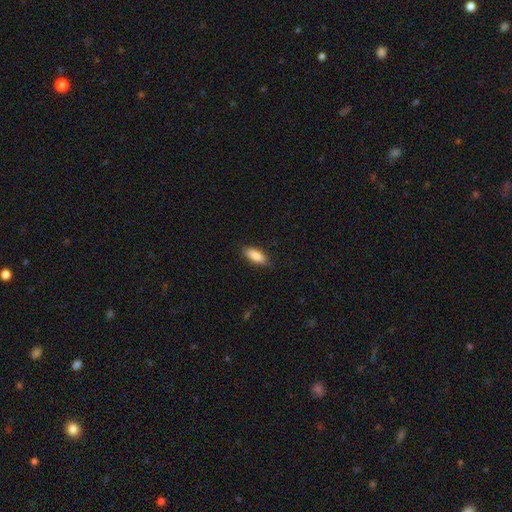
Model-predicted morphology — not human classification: A smooth galaxy with no disk features (87%) that is in between round and cigar-shaped (75%).

Vote fractions:
- Smooth or featured? smooth: 87% / featured or disk: 7% / star or artifact: 6%
- How rounded? in between: 75% / cigar-shaped: 23% / round: 2%
- Merging? none: 85% / minor disturbance: 12% / major disturbance: 2% / merger: 1%